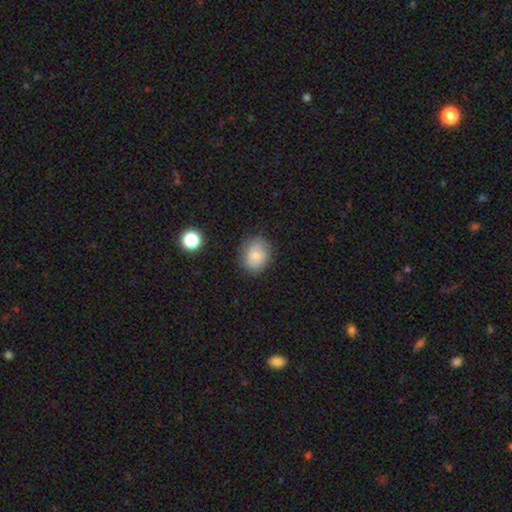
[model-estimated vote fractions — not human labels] Q: Smooth or featured?
A: smooth (74%); runner-up: featured or disk (16%)
Q: How rounded?
A: in between (56%); runner-up: round (43%)
Q: Merging?
A: none (78%); runner-up: minor disturbance (16%)